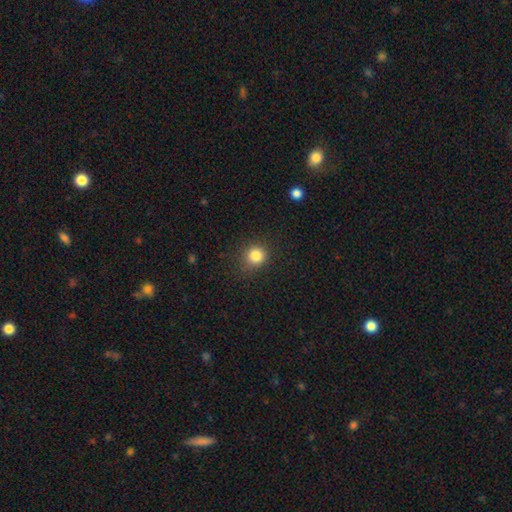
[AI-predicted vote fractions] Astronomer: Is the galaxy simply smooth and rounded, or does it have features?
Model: smooth — 83%.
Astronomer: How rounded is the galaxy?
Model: round — 86%.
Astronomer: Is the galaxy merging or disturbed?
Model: none — 83%.